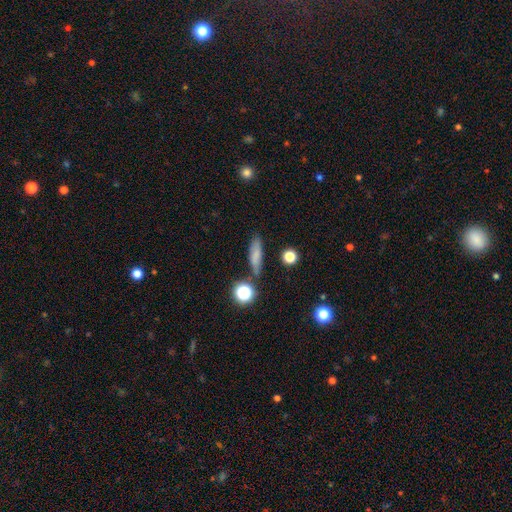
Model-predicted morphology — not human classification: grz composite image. It shows a smooth galaxy with no disk features (75%) that is cigar-shaped (62%). Merging: none (78%).